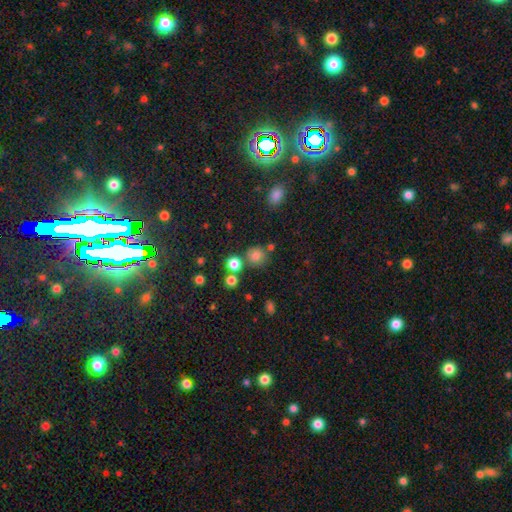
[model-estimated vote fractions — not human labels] Overall: smooth (78%). How rounded: round (87%). Merging: none (73%).